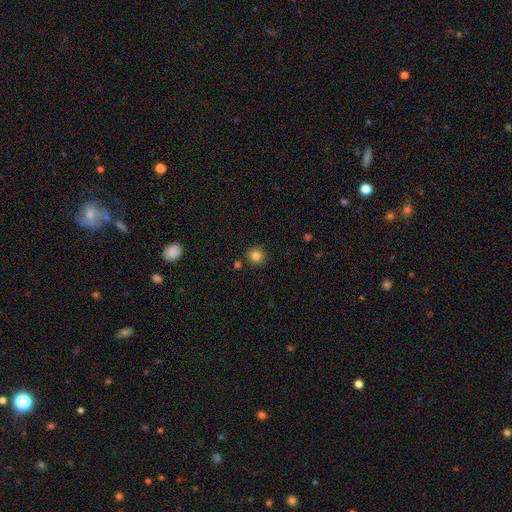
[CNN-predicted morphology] Overall: smooth (83%). How rounded: round (94%). Merging: none (87%).